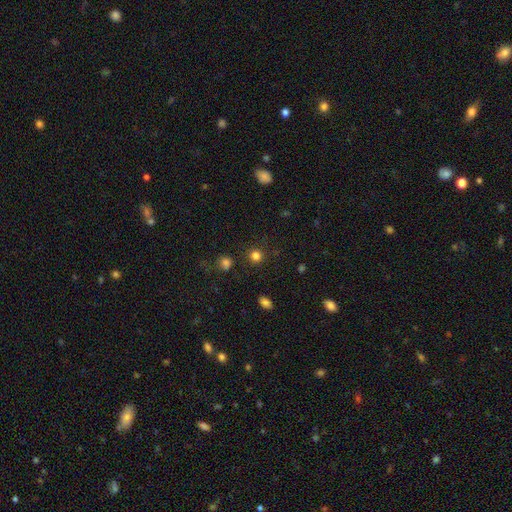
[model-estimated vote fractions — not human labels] Smooth or featured?
  - smooth: 80% *
  - star or artifact: 16%
  - featured or disk: 5%
How rounded?
  - round: 92% *
  - in between: 7%
  - cigar-shaped: 1%
Merging?
  - none: 88% *
  - minor disturbance: 7%
  - major disturbance: 3%
  - merger: 3%